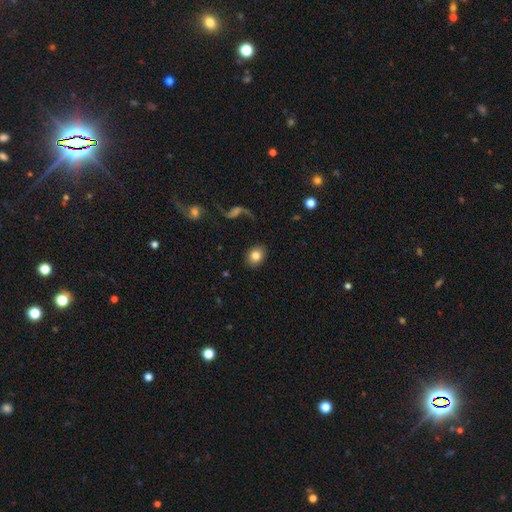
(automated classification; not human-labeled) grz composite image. It shows a smooth galaxy with no disk features (80%) that is round (55%). Merging: none (88%).